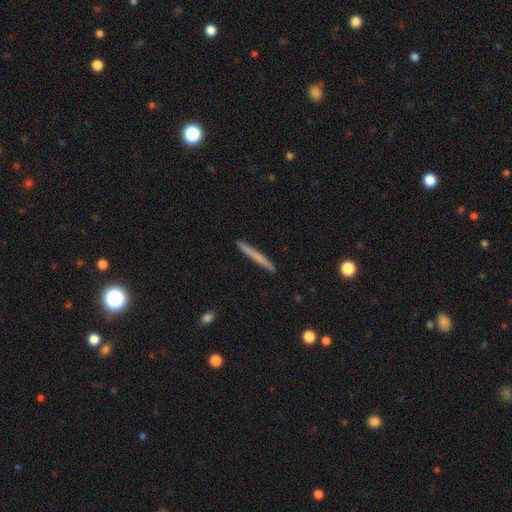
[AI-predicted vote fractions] Smooth or featured: smooth — 62% (featured or disk — 32%)
How rounded: cigar-shaped — 97% (in between — 2%)
Merging: none — 92% (minor disturbance — 5%)